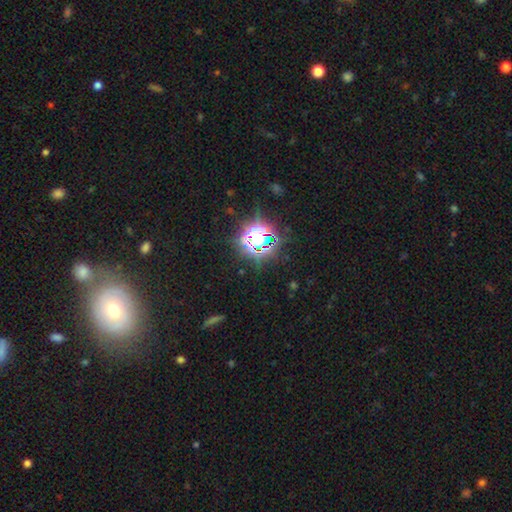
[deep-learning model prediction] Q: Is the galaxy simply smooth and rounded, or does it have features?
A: star or artifact — 68%.